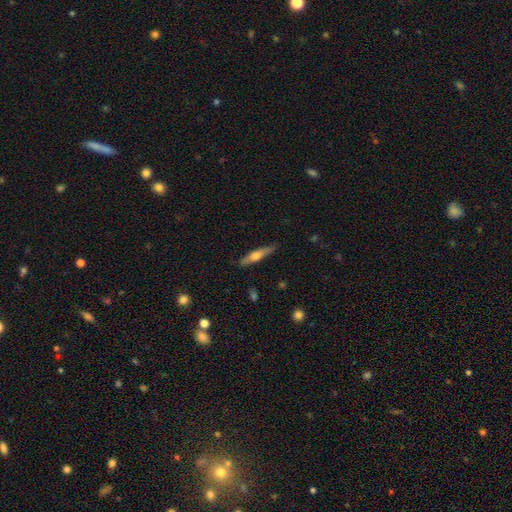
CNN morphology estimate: Smooth or featured?
  - smooth: 51% *
  - featured or disk: 43%
  - star or artifact: 6%
How rounded?
  - cigar-shaped: 84% *
  - in between: 14%
  - round: 2%
Merging?
  - none: 84% *
  - minor disturbance: 13%
  - major disturbance: 2%
  - merger: 1%